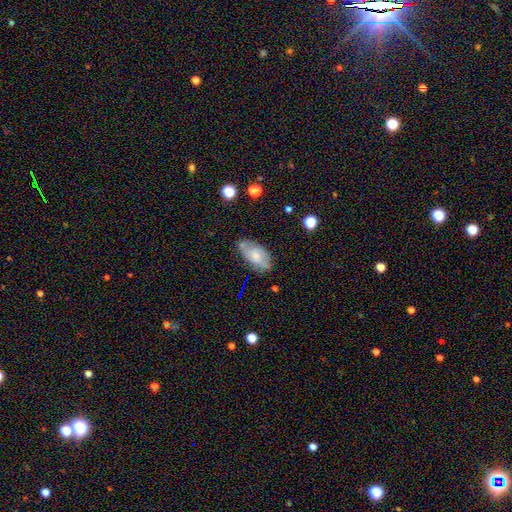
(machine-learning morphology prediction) This appears to be a smooth galaxy with no disk features (66%) that is in between round and cigar-shaped (93%). Merging: none (66%).